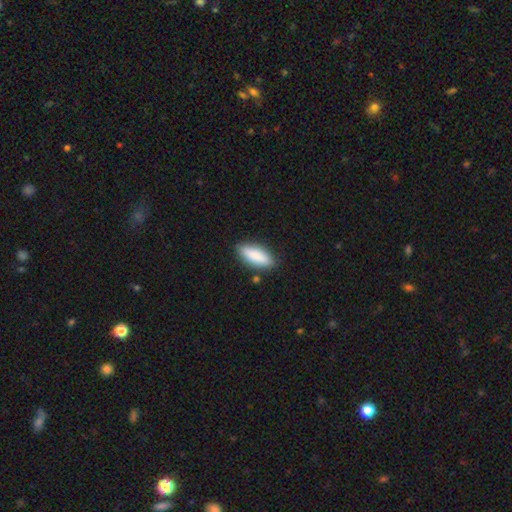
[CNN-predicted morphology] Q: Smooth or featured?
A: smooth (86%); runner-up: featured or disk (8%)
Q: How rounded?
A: in between (67%); runner-up: cigar-shaped (31%)
Q: Merging?
A: none (84%); runner-up: minor disturbance (11%)